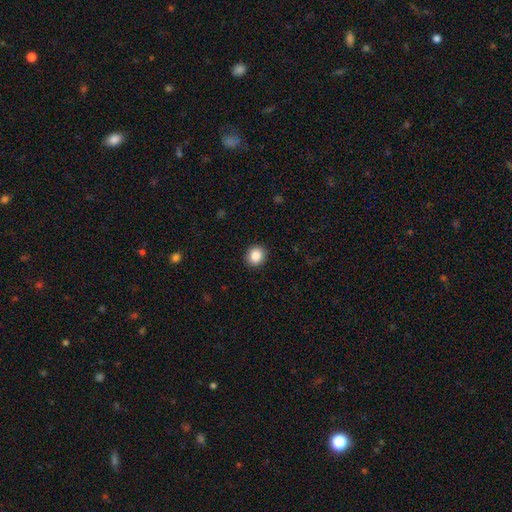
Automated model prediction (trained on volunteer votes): Overall: smooth (87%). How rounded: round (78%). Merging: none (91%).